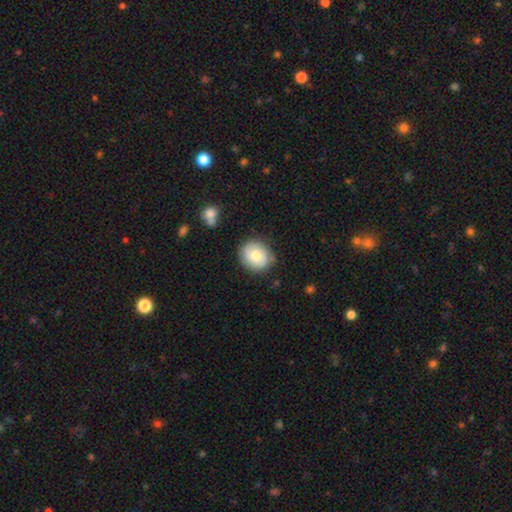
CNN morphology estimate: This appears to be a smooth galaxy with no disk features (56%) that is round (78%). Merging: none (80%).